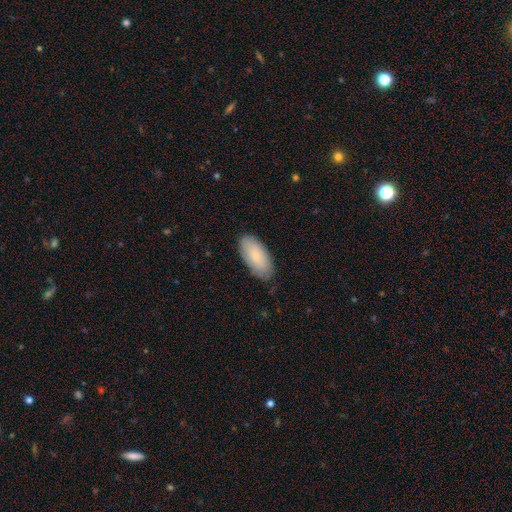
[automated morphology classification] Q: Smooth or featured?
A: smooth (79%); runner-up: featured or disk (15%)
Q: How rounded?
A: in between (92%); runner-up: cigar-shaped (6%)
Q: Merging?
A: none (81%); runner-up: minor disturbance (16%)